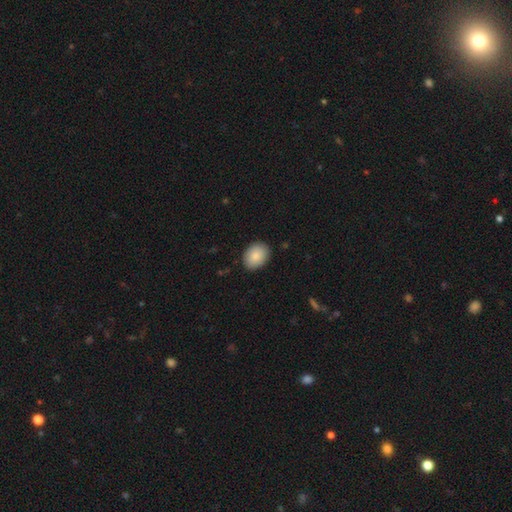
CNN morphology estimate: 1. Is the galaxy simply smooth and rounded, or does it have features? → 88% smooth, 7% star or artifact, 5% featured or disk.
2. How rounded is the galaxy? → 69% in between, 30% round, 1% cigar-shaped.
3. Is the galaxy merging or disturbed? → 88% none, 9% minor disturbance, 2% major disturbance, 1% merger.